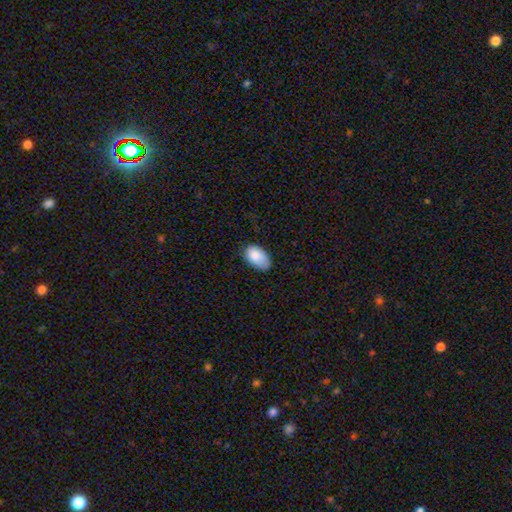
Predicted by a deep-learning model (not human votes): Smooth or featured: smooth — 86% (featured or disk — 7%)
How rounded: in between — 94% (round — 5%)
Merging: none — 64% (minor disturbance — 30%)